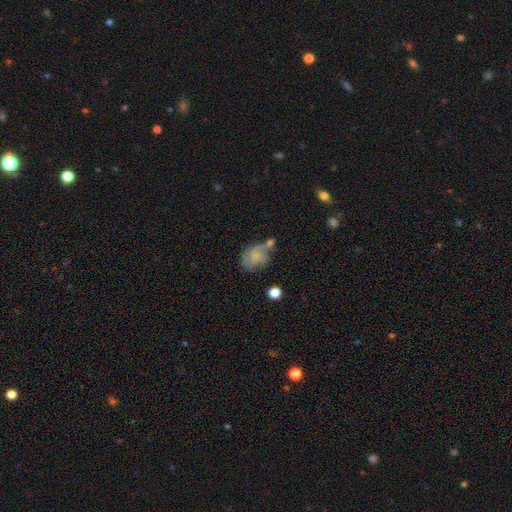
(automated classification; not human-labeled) Smooth or featured? smooth (53%)
How rounded? in between (61%)
Merging? none (35%)